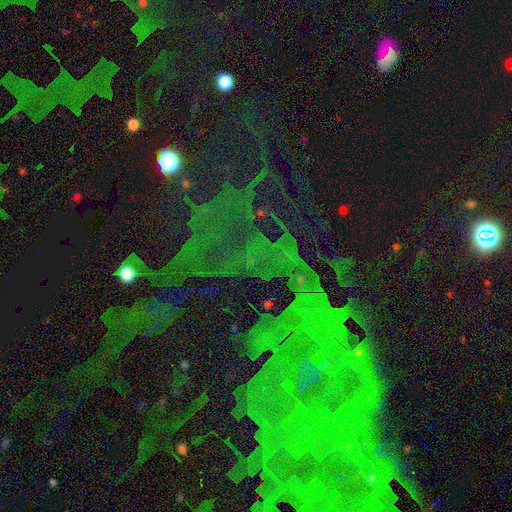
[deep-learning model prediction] A star or artifact, not a galaxy (77%).

Vote fractions:
- Smooth or featured? star or artifact: 77% / featured or disk: 13% / smooth: 10%